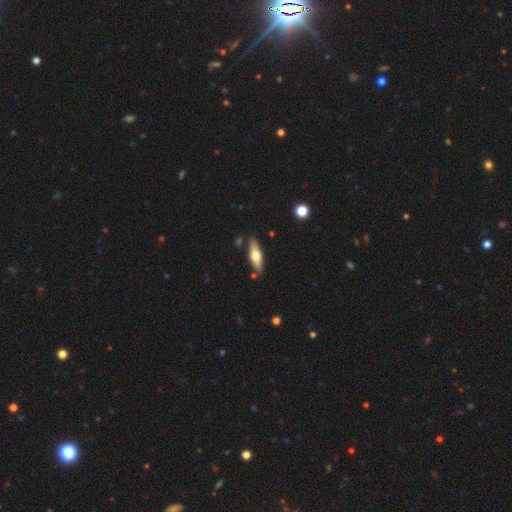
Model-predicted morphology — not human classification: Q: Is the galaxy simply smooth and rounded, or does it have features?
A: smooth — 52%.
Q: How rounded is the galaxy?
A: cigar-shaped — 52%.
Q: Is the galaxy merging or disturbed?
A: none — 83%.